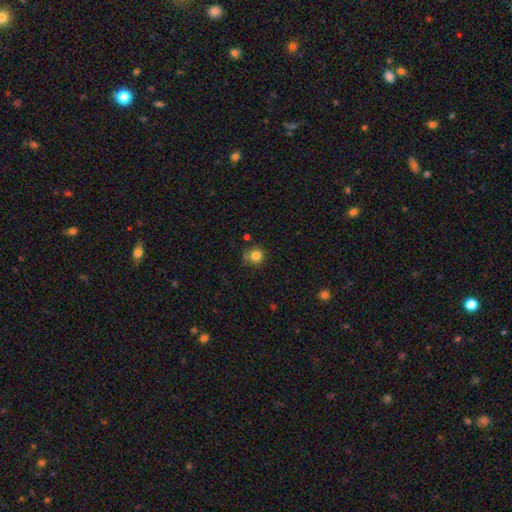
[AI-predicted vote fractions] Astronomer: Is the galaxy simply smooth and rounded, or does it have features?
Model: smooth — 82%.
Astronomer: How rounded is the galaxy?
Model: round — 89%.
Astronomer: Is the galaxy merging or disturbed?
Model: none — 69%.